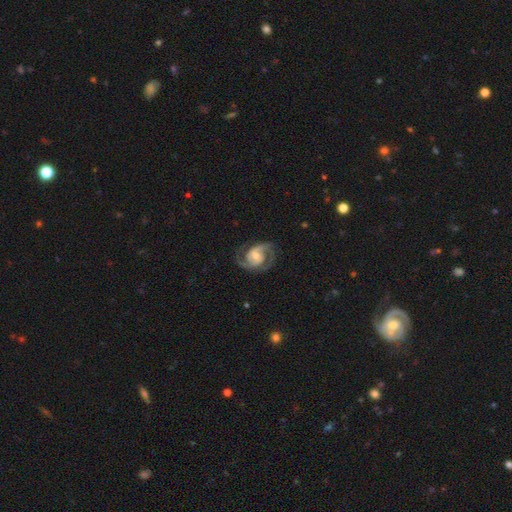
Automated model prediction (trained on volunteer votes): This appears to be a featured or disk galaxy (89%) with no bar (45%), 2 (88%) medium (55%) spiral arms (97%) and a moderate central bulge (54%). Merging: none (76%).